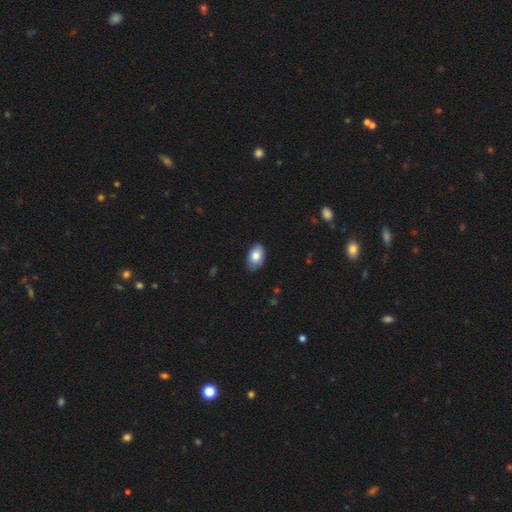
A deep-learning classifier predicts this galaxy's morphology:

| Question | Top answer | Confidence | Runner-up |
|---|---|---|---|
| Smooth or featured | smooth | 83% | featured or disk (10%) |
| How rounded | in between | 90% | round (8%) |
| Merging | none | 80% | minor disturbance (17%) |